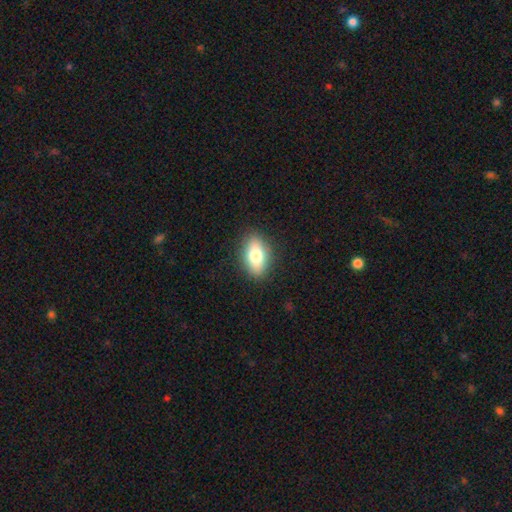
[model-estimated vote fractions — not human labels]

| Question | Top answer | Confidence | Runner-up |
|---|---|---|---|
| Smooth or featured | smooth | 76% | featured or disk (16%) |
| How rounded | in between | 86% | round (9%) |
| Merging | none | 87% | minor disturbance (9%) |